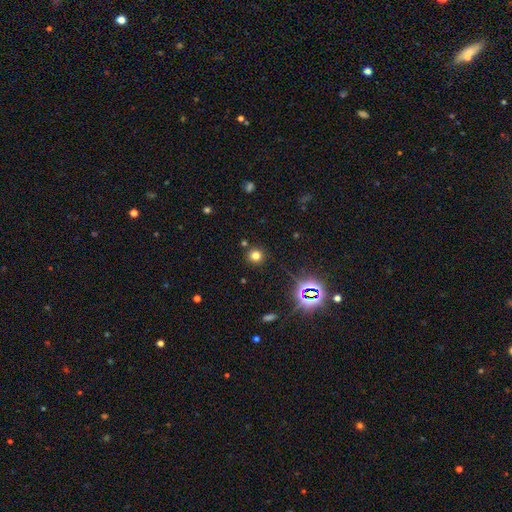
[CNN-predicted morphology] A smooth galaxy with no disk features (71%) that is round (94%). Merging: none (87%).